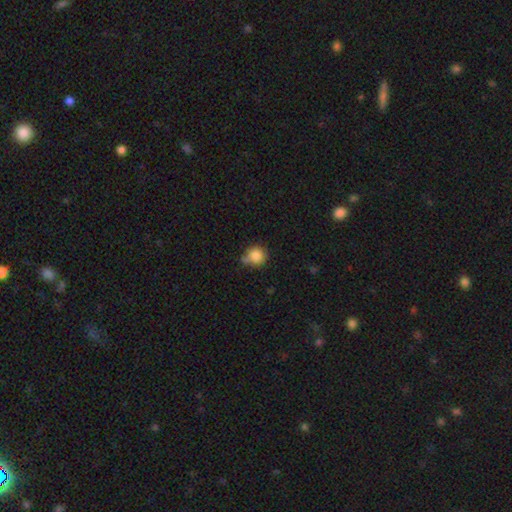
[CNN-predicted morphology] smooth 83%, star or artifact 9%, featured or disk 7%. Down the decision tree: how rounded — round (89%); merging — none (58%).